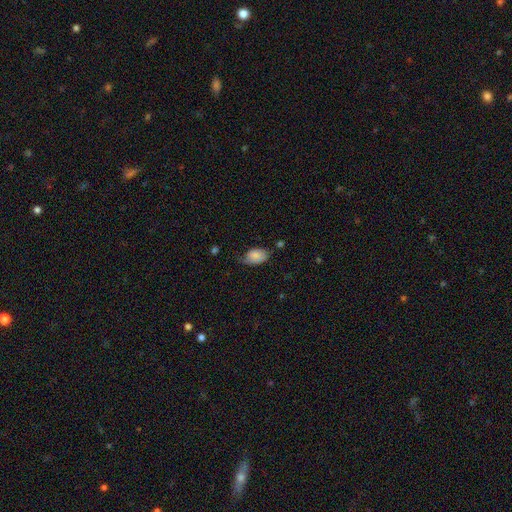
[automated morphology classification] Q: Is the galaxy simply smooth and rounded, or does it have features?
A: smooth — 78%.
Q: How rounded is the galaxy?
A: in between — 91%.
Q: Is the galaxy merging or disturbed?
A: none — 46%.